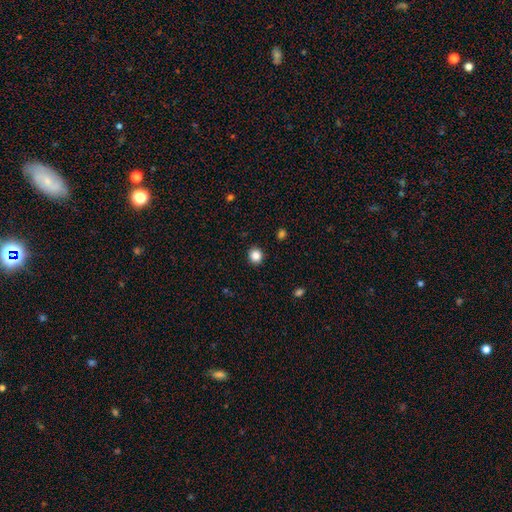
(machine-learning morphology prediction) Overall: smooth (85%). How rounded: round (87%). Merging: none (92%).